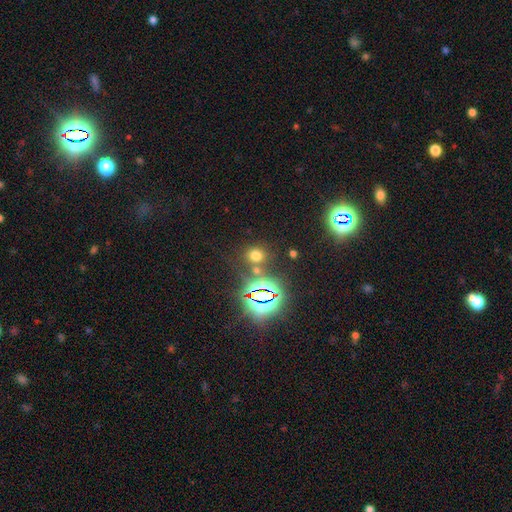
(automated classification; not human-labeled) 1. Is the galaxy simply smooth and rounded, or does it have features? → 57% smooth, 36% star or artifact, 8% featured or disk.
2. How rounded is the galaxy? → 77% round, 22% in between, 1% cigar-shaped.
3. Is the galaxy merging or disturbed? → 75% none, 11% merger, 9% minor disturbance, 5% major disturbance.